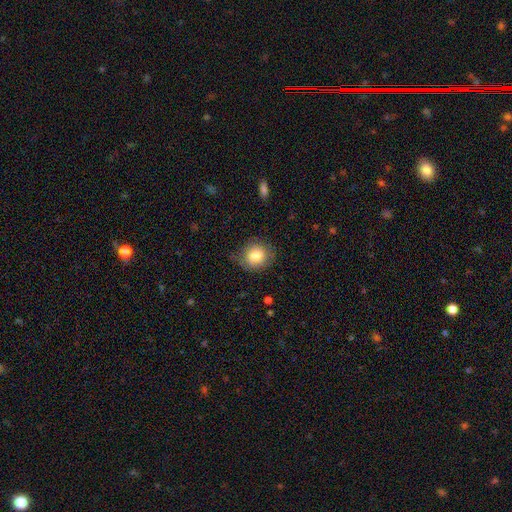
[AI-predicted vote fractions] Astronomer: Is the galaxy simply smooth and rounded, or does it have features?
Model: smooth — 81%.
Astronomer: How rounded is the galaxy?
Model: round — 83%.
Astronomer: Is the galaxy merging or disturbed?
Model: none — 73%.